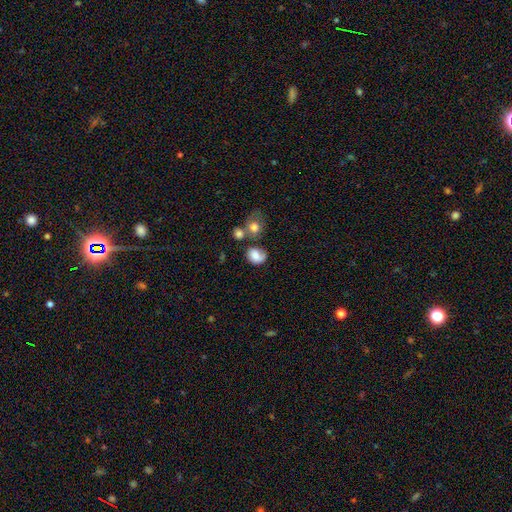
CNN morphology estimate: smooth-or-featured: smooth: 68% | featured or disk: 22% | star or artifact: 9%
  how-rounded: in between: 52% | round: 46% | cigar-shaped: 1%
  merging: none: 40% | merger: 23% | minor disturbance: 23% | major disturbance: 15%